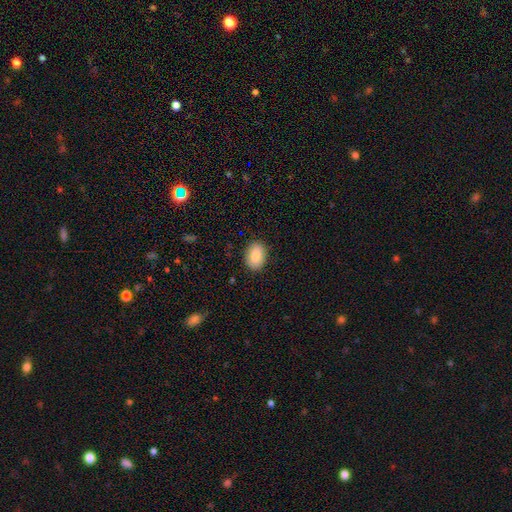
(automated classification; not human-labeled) This appears to be a smooth galaxy with no disk features (87%) that is in between round and cigar-shaped (82%). Merging: none (88%).